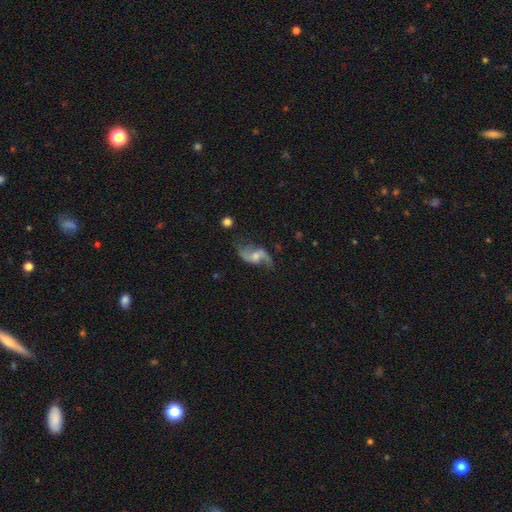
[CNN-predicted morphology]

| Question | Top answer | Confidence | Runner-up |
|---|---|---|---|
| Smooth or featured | featured or disk | 84% | smooth (10%) |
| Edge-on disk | no | 97% | yes (3%) |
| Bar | no | 45% | weak (43%) |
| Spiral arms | yes | 95% | no (5%) |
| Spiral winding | loose | 83% | medium (13%) |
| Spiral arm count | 2 | 92% | 1 (3%) |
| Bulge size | moderate | 41% | small (40%) |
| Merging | none | 68% | minor disturbance (18%) |